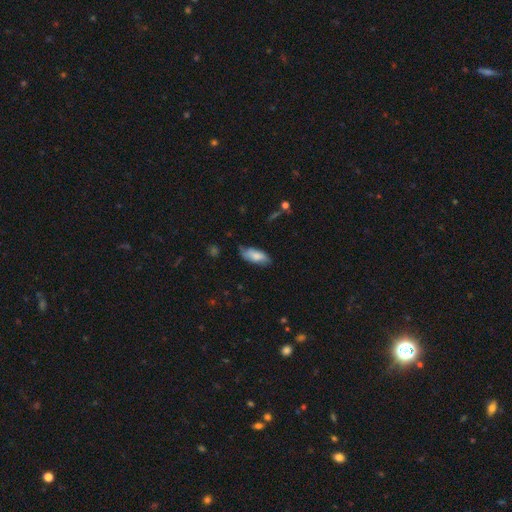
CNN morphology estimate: This appears to be a smooth galaxy with no disk features (76%) that is in between round and cigar-shaped (82%). Merging: none (65%).